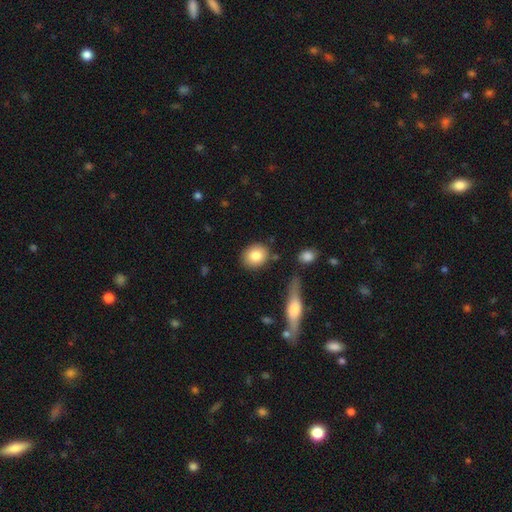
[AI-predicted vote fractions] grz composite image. It shows a smooth galaxy with no disk features (83%) that is round (67%). Merging: none (83%).